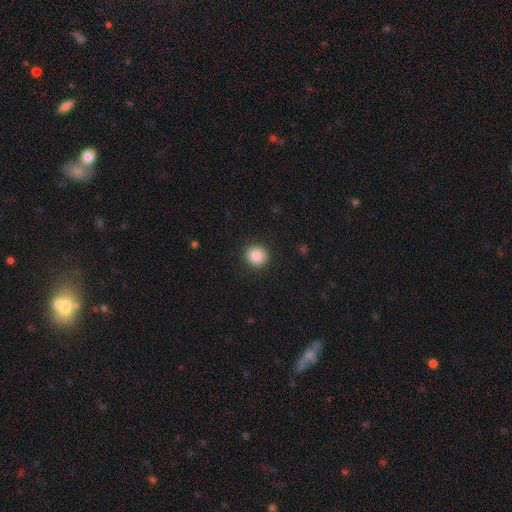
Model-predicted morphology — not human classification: Smooth or featured? Predicted: smooth (p=0.87). How rounded? Predicted: round (p=0.90). Merging? Predicted: none (p=0.91).